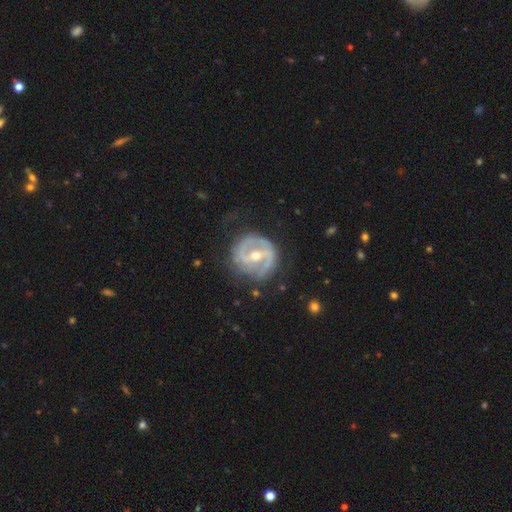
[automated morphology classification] This is clearly a featured or disk galaxy (84%). It is clearly not viewed edge-on (97%). Bar: possibly strong (49%). Spiral arm pattern: clearly yes (82%). Spiral arm count: likely 2 (73%). Spiral winding: marginally tight (42%). Central bulge: likely moderate (61%). Merging: likely none (71%).